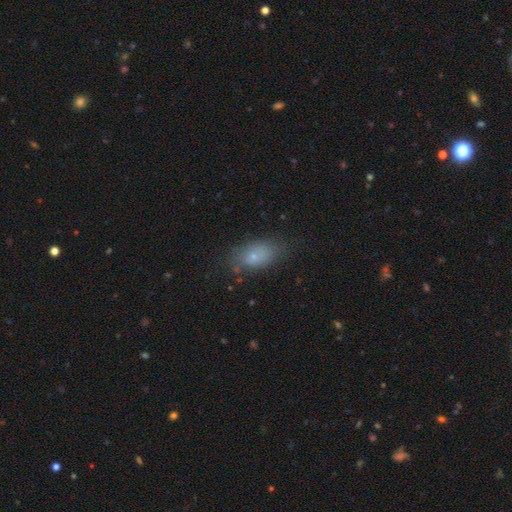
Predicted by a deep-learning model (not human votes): Smooth or featured? smooth (74%)
How rounded? in between (88%)
Merging? none (70%)